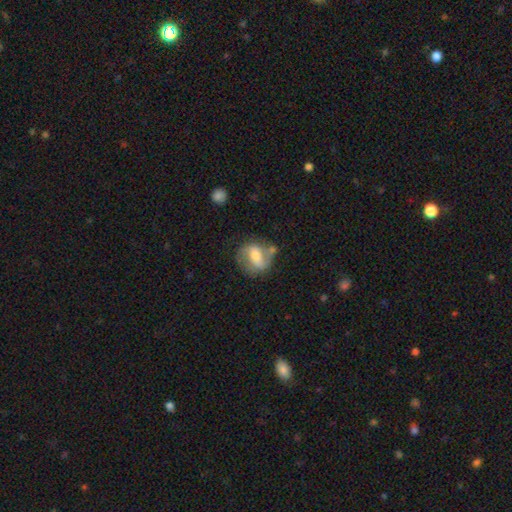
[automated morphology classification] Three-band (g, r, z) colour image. It shows a featured or disk galaxy (62%) with a weak bar (40%), spiral arms (79%) and a moderate central bulge (55%). Merging: none (59%).